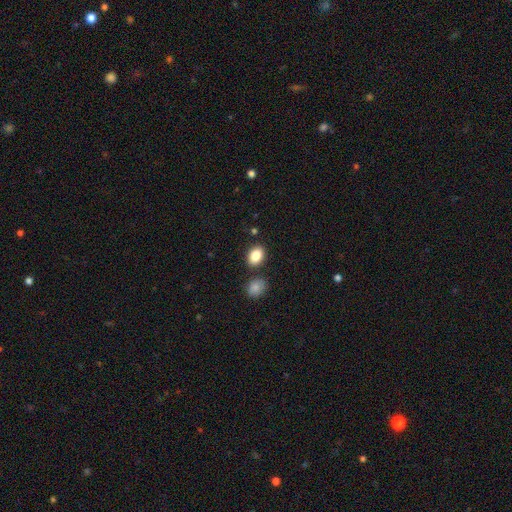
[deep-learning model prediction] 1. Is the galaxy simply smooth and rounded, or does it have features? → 86% smooth, 8% star or artifact, 5% featured or disk.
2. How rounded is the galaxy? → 79% in between, 20% round, 1% cigar-shaped.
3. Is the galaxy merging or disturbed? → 80% none, 10% minor disturbance, 7% merger, 3% major disturbance.